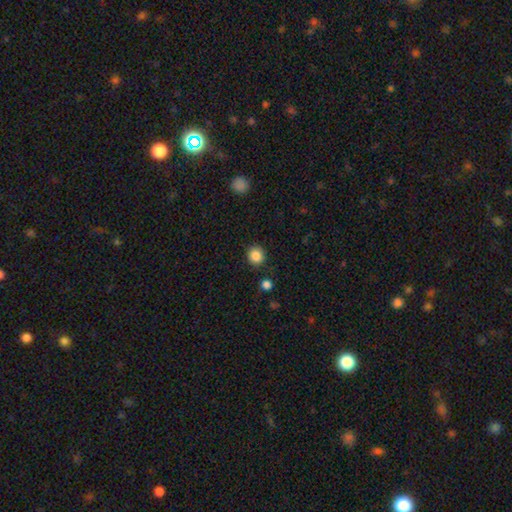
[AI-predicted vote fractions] This appears to be a smooth galaxy with no disk features (86%) that is round (88%). Merging: none (89%).